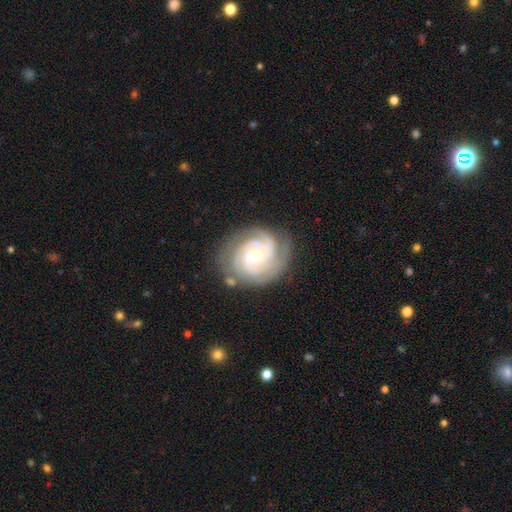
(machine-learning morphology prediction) A featured or disk galaxy (89%) with no bar (59%), 3 (44%) tight (74%) spiral arms (98%) and a small central bulge (52%).

Vote fractions:
- Smooth or featured? featured or disk: 89% / smooth: 7% / star or artifact: 5%
- Edge-on disk? no: 98% / yes: 2%
- Bar? no: 59% / weak: 33% / strong: 8%
- Spiral arms? yes: 98% / no: 2%
- Spiral winding? tight: 74% / medium: 23% / loose: 3%
- Spiral arm count? 3: 44% / 4: 18% / 2: 15% / can't tell: 14% / more than 4: 5% / 1: 5%
- Bulge size? small: 52% / moderate: 43% / large: 3% / none: 1% / dominant: 1%
- Merging? none: 77% / minor disturbance: 16% / major disturbance: 5% / merger: 2%